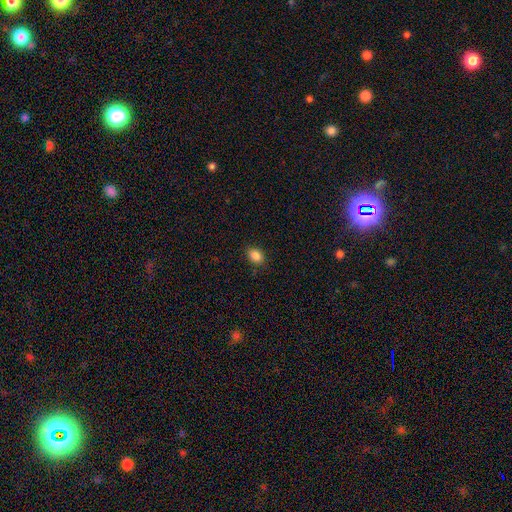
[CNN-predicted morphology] Smooth or featured? Predicted: smooth (p=0.86). How rounded? Predicted: in between (p=0.77). Merging? Predicted: none (p=0.88).